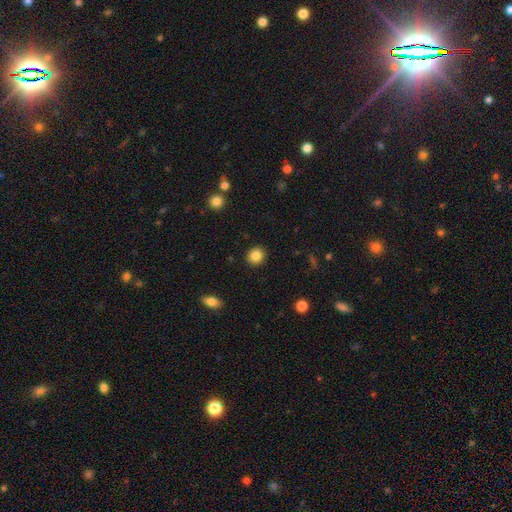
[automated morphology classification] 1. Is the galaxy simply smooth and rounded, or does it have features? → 85% smooth, 10% star or artifact, 5% featured or disk.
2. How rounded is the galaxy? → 87% round, 12% in between, 1% cigar-shaped.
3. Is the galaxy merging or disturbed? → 91% none, 5% minor disturbance, 2% major disturbance, 1% merger.